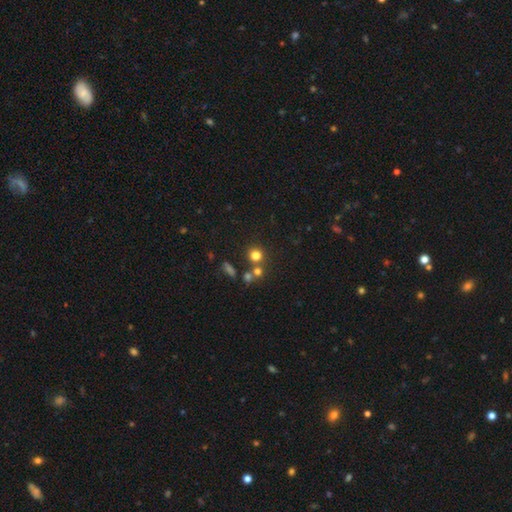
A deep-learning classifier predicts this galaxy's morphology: Smooth or featured: smooth — 74% (star or artifact — 18%)
How rounded: round — 88% (in between — 11%)
Merging: none — 67% (merger — 21%)